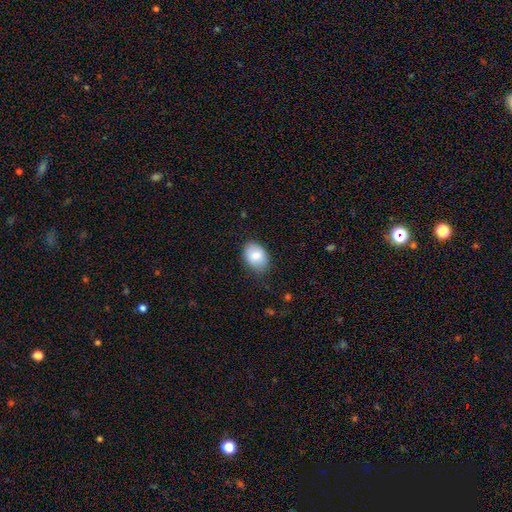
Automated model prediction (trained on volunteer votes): Morphology: type=smooth (82%); roundness=in between (79%); merging=none (77%).